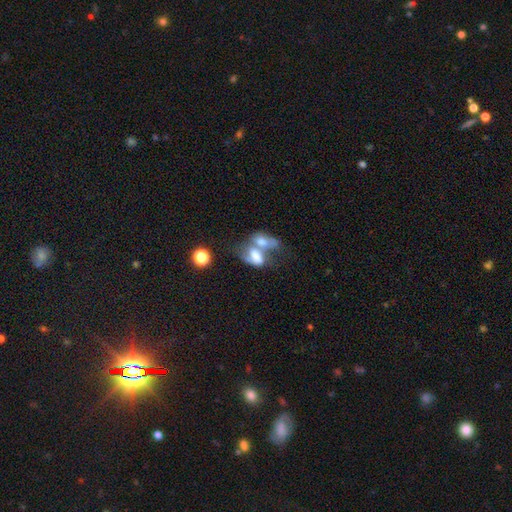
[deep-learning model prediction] Overall: smooth (55%; featured or disk 34%). How rounded: in between (85%). Merging: merger (69%).